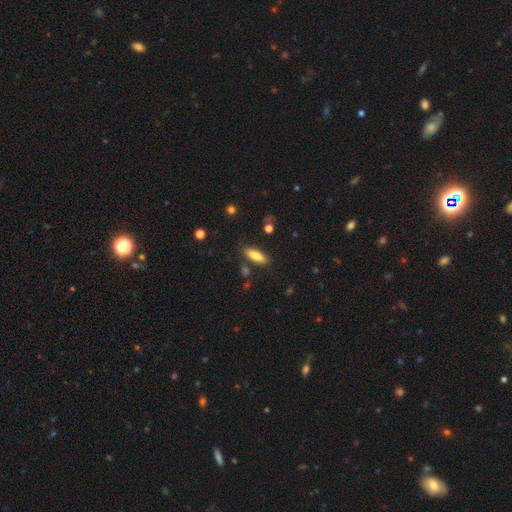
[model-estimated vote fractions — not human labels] This appears to be a smooth galaxy with no disk features (81%) that is in between round and cigar-shaped (60%). Merging: none (82%).